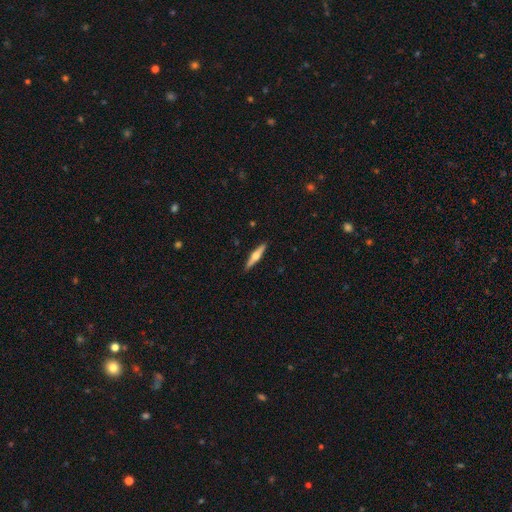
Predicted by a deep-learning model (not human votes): A featured or disk galaxy (62%) viewed edge-on (97%) with a rounded central bulge (92%).

Vote fractions:
- Smooth or featured? featured or disk: 62% / smooth: 33% / star or artifact: 5%
- Edge-on disk? yes: 97% / no: 3%
- Edge-on bulge? rounded: 92% / boxy: 4% / none: 3%
- Merging? none: 91% / minor disturbance: 7% / major disturbance: 1% / merger: 1%